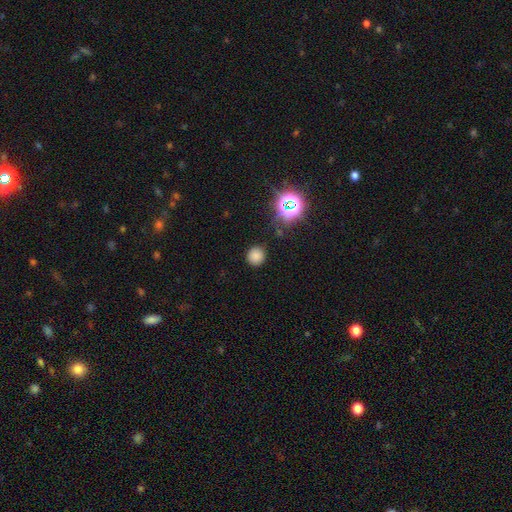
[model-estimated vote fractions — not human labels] A smooth galaxy with no disk features (77%) that is round (88%). Merging: none (86%).